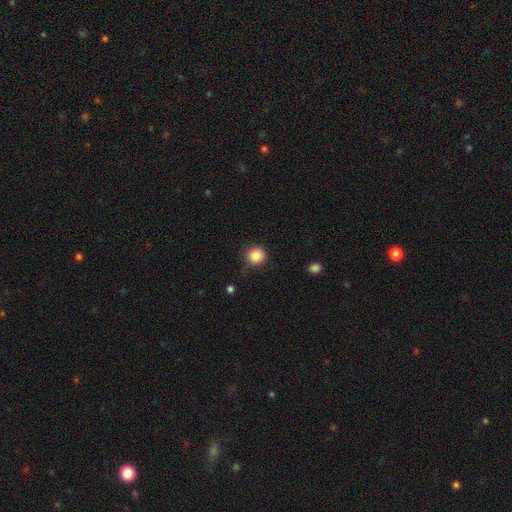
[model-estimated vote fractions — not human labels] smooth-or-featured: smooth: 86% | star or artifact: 10% | featured or disk: 4%
  how-rounded: round: 92% | in between: 7% | cigar-shaped: 1%
  merging: none: 79% | minor disturbance: 16% | major disturbance: 4% | merger: 1%